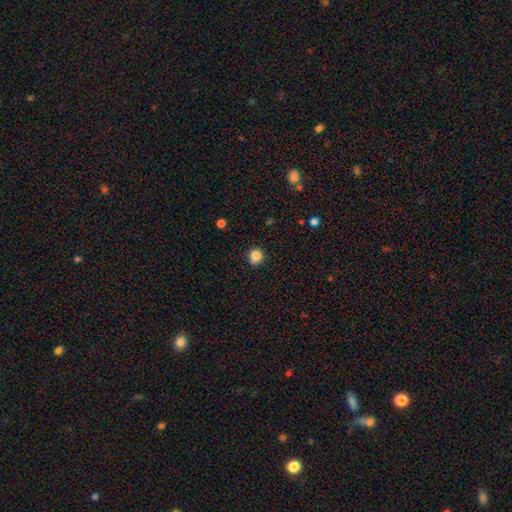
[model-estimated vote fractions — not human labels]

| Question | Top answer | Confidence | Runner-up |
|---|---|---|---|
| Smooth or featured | smooth | 85% | star or artifact (11%) |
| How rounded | round | 87% | in between (12%) |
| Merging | none | 82% | minor disturbance (14%) |